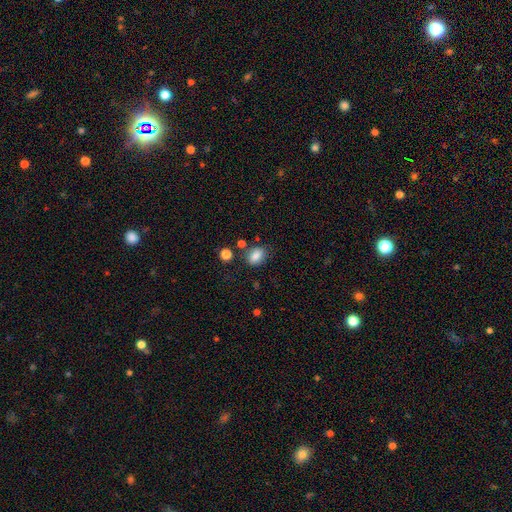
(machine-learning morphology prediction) This appears to be a smooth galaxy with no disk features (82%) that is in between round and cigar-shaped (68%). Merging: none (73%).